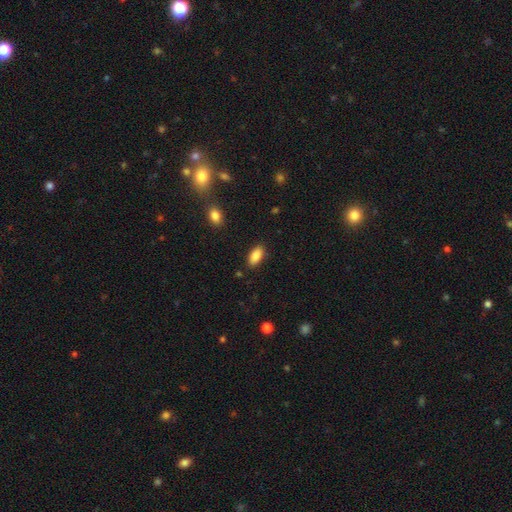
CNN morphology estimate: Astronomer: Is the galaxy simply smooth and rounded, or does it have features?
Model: smooth — 88%.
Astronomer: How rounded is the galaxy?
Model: in between — 89%.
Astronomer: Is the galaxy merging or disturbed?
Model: none — 87%.